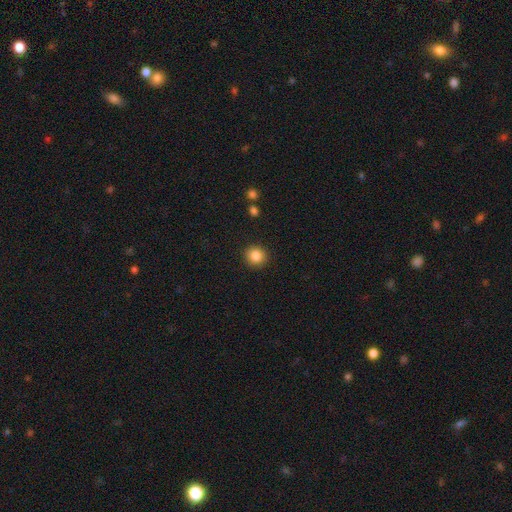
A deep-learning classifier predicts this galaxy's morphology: This appears to be a smooth galaxy with no disk features (85%) that is round (92%). Merging: none (92%).